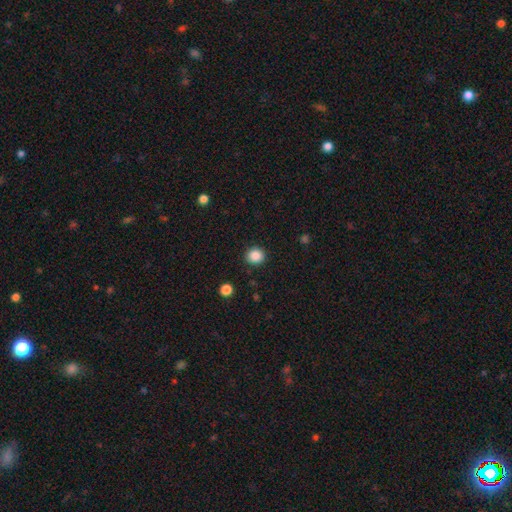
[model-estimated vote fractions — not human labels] Q: Smooth or featured?
A: smooth (87%); runner-up: star or artifact (10%)
Q: How rounded?
A: round (88%); runner-up: in between (11%)
Q: Merging?
A: none (90%); runner-up: minor disturbance (6%)